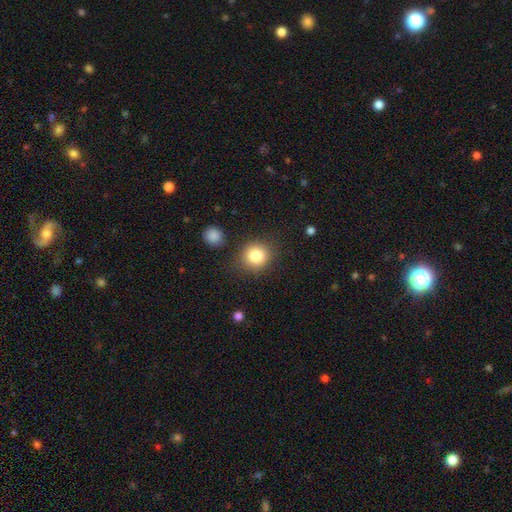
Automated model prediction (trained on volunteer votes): This appears to be a smooth galaxy with no disk features (83%) that is round (86%). Merging: none (82%).